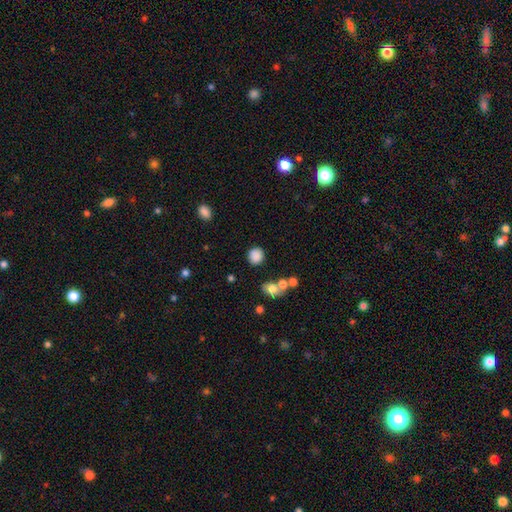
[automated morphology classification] A smooth galaxy with no disk features (84%) that is round (83%).

Vote fractions:
- Smooth or featured? smooth: 84% / star or artifact: 11% / featured or disk: 5%
- How rounded? round: 83% / in between: 16% / cigar-shaped: 1%
- Merging? none: 79% / minor disturbance: 11% / merger: 6% / major disturbance: 4%